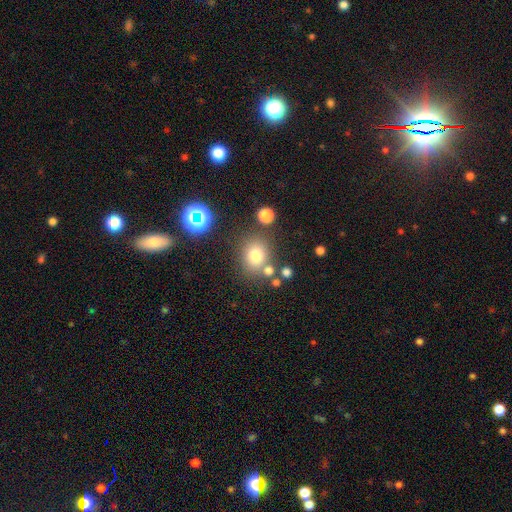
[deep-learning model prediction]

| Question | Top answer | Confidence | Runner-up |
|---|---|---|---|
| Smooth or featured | smooth | 76% | star or artifact (15%) |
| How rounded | round | 68% | in between (31%) |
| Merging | none | 72% | minor disturbance (12%) |